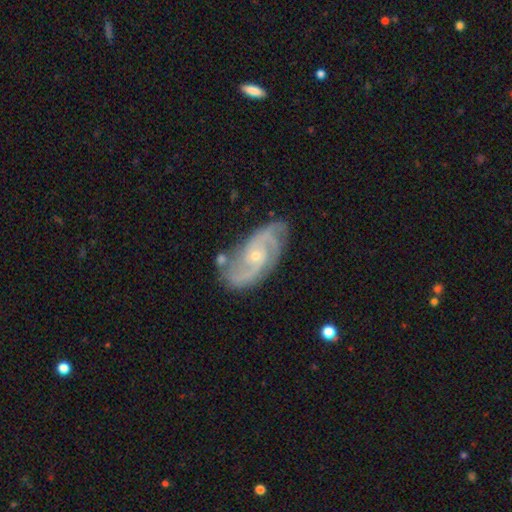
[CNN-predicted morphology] Smooth or featured?
  - featured or disk: 89% *
  - smooth: 6%
  - star or artifact: 5%
Edge-on disk?
  - no: 96% *
  - yes: 4%
Bar?
  - no: 67% *
  - weak: 27%
  - strong: 6%
Spiral arms?
  - yes: 97% *
  - no: 3%
Spiral winding?
  - medium: 47% *
  - tight: 41%
  - loose: 11%
Spiral arm count?
  - 2: 55% *
  - 3: 23%
  - can't tell: 10%
  - 4: 5%
  - 1: 3%
  - more than 4: 3%
Bulge size?
  - small: 72% *
  - moderate: 25%
  - none: 1%
  - large: 1%
  - dominant: 1%
Merging?
  - none: 72% *
  - minor disturbance: 19%
  - major disturbance: 5%
  - merger: 4%